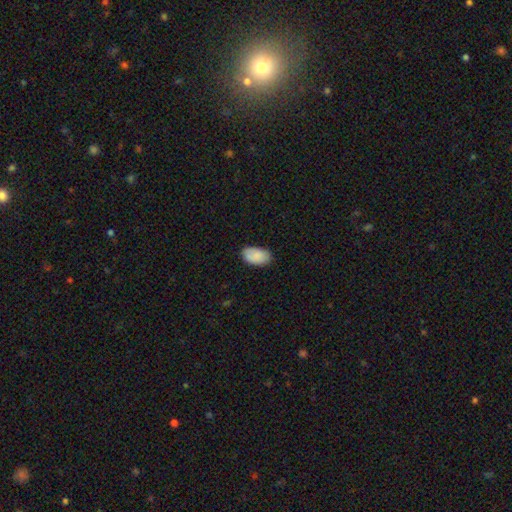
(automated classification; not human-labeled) Q: Smooth or featured?
A: smooth (88%); runner-up: star or artifact (6%)
Q: How rounded?
A: in between (95%); runner-up: round (4%)
Q: Merging?
A: none (81%); runner-up: minor disturbance (15%)